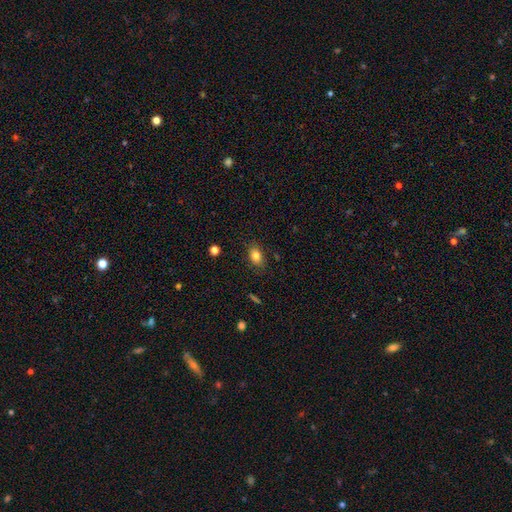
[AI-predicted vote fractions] smooth 81%, star or artifact 10%, featured or disk 9%. Down the decision tree: how rounded — in between (79%); merging — none (83%).